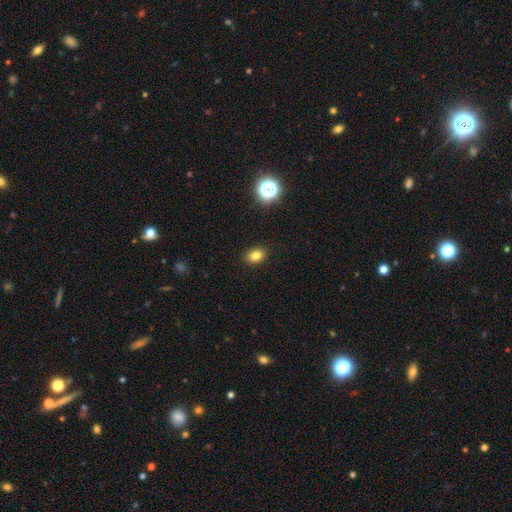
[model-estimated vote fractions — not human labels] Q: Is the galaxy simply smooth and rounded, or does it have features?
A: smooth — 81%.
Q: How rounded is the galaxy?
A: in between — 70%.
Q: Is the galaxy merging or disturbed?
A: none — 90%.